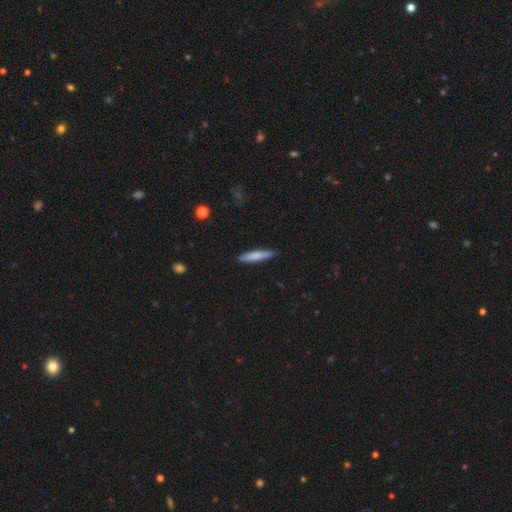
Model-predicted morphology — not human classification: Smooth or featured?
  - smooth: 77% *
  - featured or disk: 17%
  - star or artifact: 6%
How rounded?
  - cigar-shaped: 88% *
  - in between: 10%
  - round: 1%
Merging?
  - none: 87% *
  - minor disturbance: 10%
  - major disturbance: 2%
  - merger: 1%